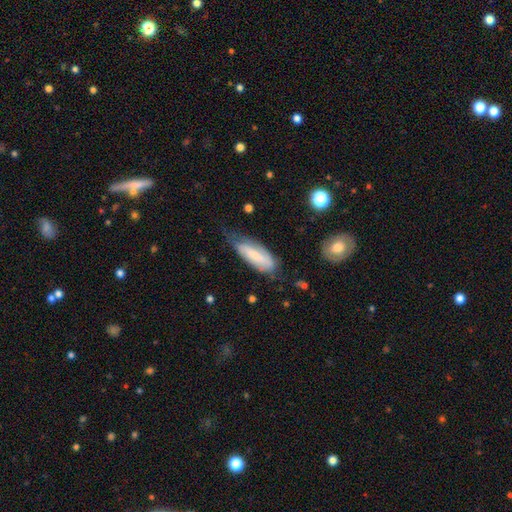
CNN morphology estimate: The model was most divided on "merging": none: 47%, minor disturbance: 36%, major disturbance: 15%, merger: 3%. More confident: how rounded — in between (64%); smooth or featured — smooth (58%).